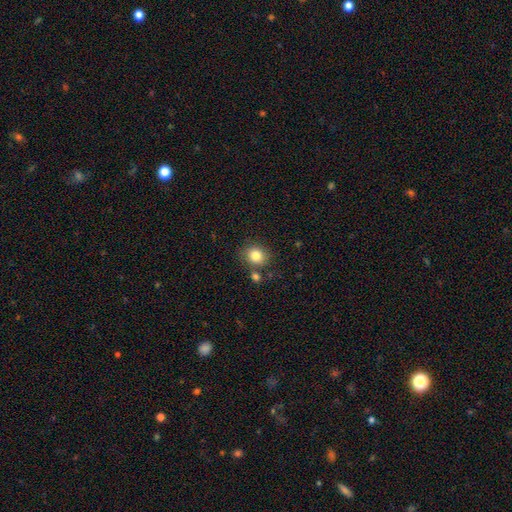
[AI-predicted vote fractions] Overall: smooth (82%). How rounded: round (69%; in between 30%). Merging: none (73%).